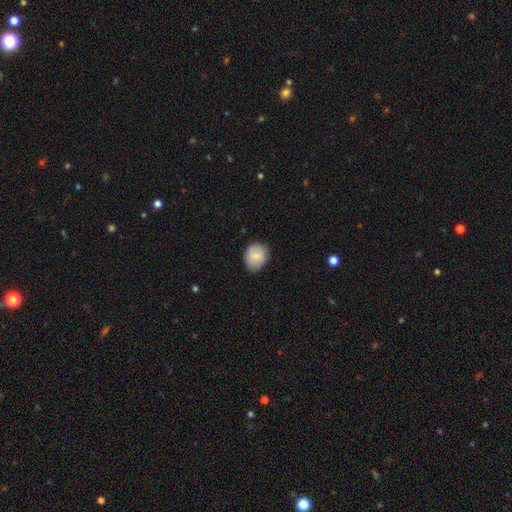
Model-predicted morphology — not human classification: Smooth or featured: smooth — 82% (featured or disk — 11%)
How rounded: round — 68% (in between — 32%)
Merging: none — 80% (minor disturbance — 16%)